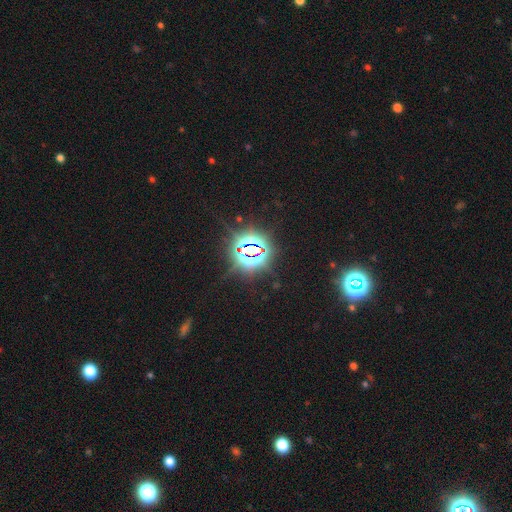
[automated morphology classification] This is clearly a star or artifact rather than a galaxy (81%).